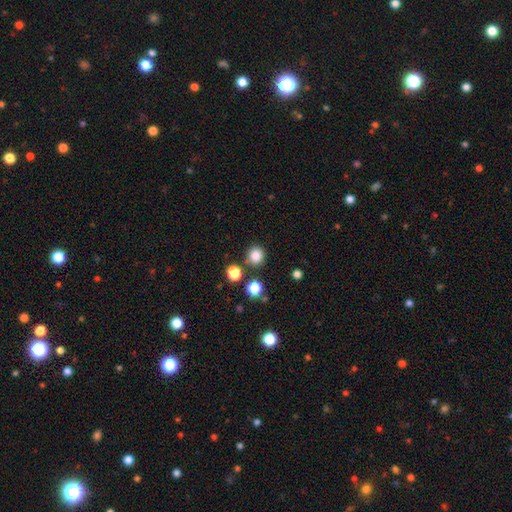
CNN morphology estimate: Smooth or featured: smooth — 84% (star or artifact — 12%)
How rounded: round — 89% (in between — 10%)
Merging: none — 81% (minor disturbance — 9%)